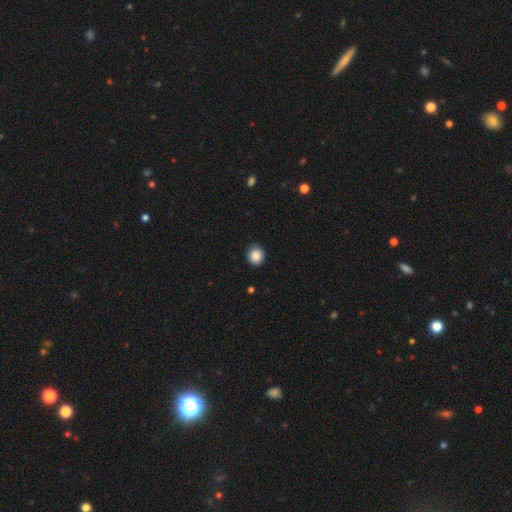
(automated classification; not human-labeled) A smooth galaxy with no disk features (87%) that is round (87%). Merging: none (87%).